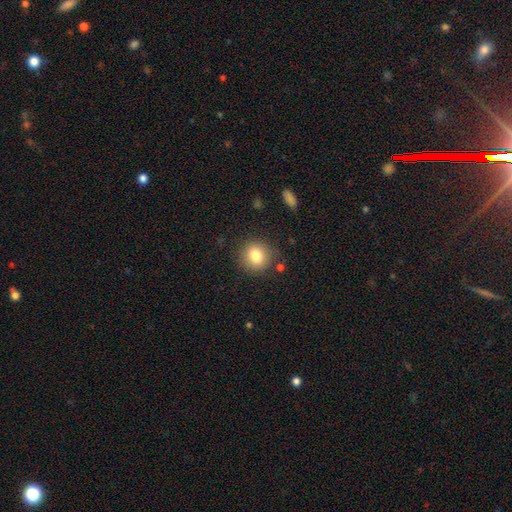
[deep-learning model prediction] Smooth or featured?
  - smooth: 81% *
  - star or artifact: 10%
  - featured or disk: 9%
How rounded?
  - round: 82% *
  - in between: 17%
  - cigar-shaped: 1%
Merging?
  - none: 85% *
  - minor disturbance: 10%
  - major disturbance: 3%
  - merger: 2%